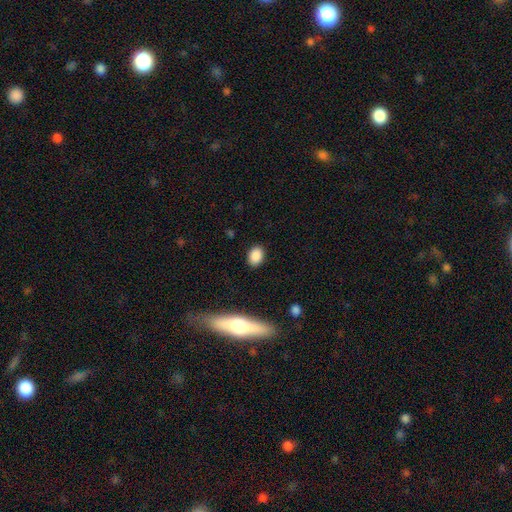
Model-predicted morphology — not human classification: Smooth or featured: smooth — 87% (star or artifact — 8%)
How rounded: in between — 74% (round — 24%)
Merging: none — 87% (minor disturbance — 9%)